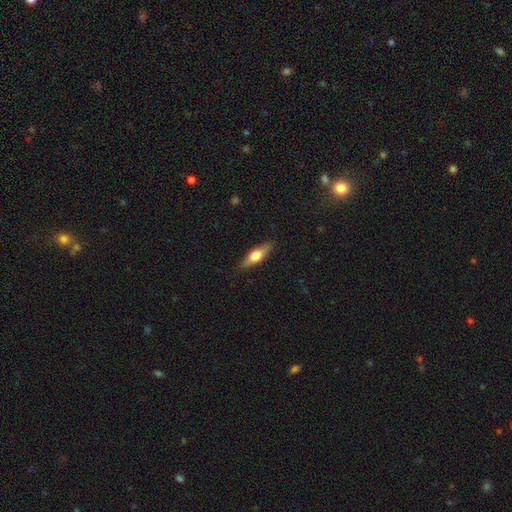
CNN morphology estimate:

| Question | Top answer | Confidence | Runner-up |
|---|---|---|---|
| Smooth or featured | smooth | 50% | featured or disk (43%) |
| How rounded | cigar-shaped | 52% | in between (45%) |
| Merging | none | 86% | minor disturbance (10%) |